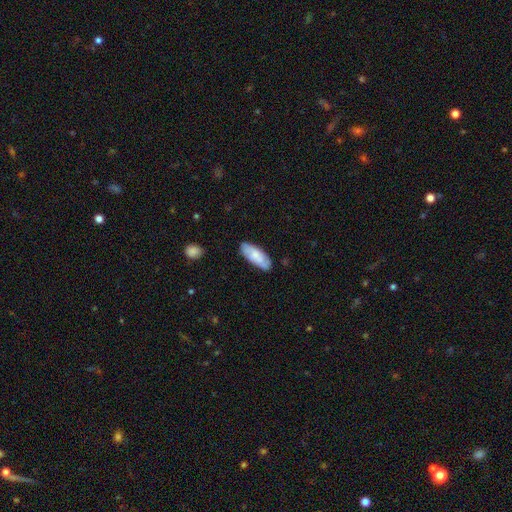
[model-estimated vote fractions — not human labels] This is likely a smooth galaxy (65%). How rounded: likely in between (77%). Merging: clearly none (80%).